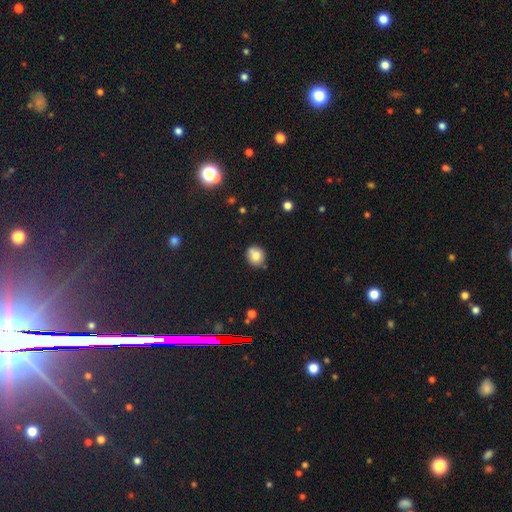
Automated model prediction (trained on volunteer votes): Smooth or featured? Predicted: smooth (p=0.76). How rounded? Predicted: round (p=0.85). Merging? Predicted: none (p=0.74).